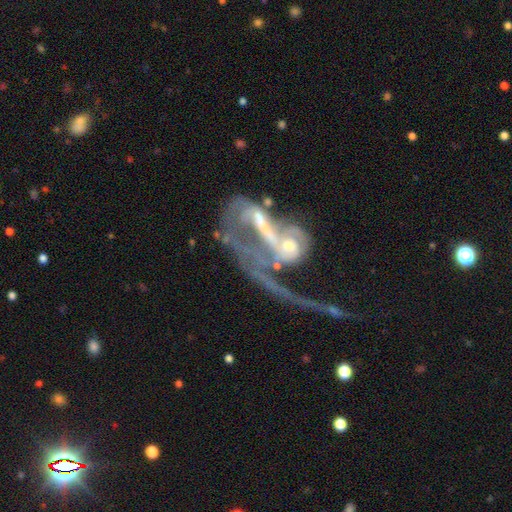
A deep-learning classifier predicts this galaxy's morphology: The model was most divided on "spiral arms": yes: 55%, no: 45%. Remaining: edge-on disk — no (87%); smooth or featured — featured or disk (73%); merging — merger (58%); bar — no (52%); bulge size — small (41%).